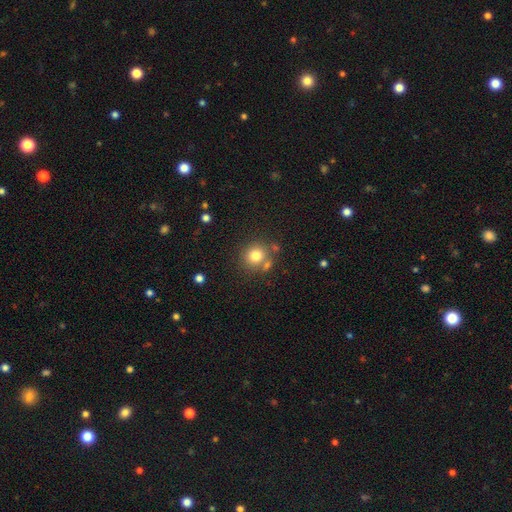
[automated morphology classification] The model was most divided on "merging": none: 69%, merger: 15%, minor disturbance: 12%, major disturbance: 4%. More confident: how rounded — round (85%); smooth or featured — smooth (79%).